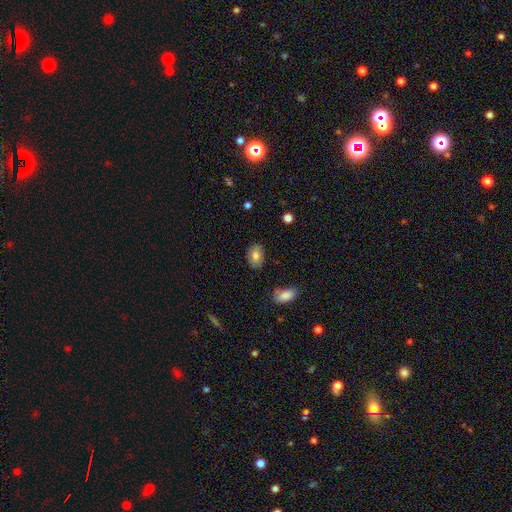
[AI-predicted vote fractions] This is clearly a smooth galaxy (80%). How rounded: clearly in between (84%). Merging: clearly none (81%).